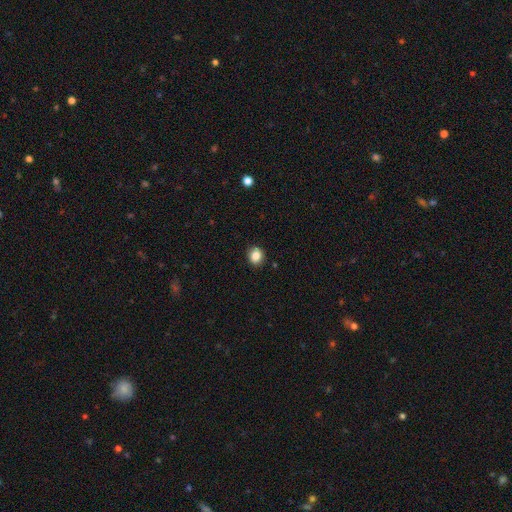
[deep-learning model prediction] Smooth or featured? smooth (86%)
How rounded? round (73%)
Merging? none (90%)